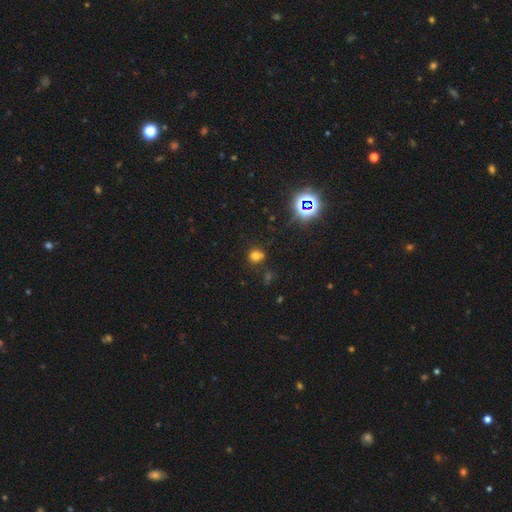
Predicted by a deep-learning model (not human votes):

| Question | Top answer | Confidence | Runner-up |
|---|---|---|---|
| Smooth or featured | smooth | 66% | star or artifact (26%) |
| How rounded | round | 82% | in between (17%) |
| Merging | none | 65% | merger (16%) |